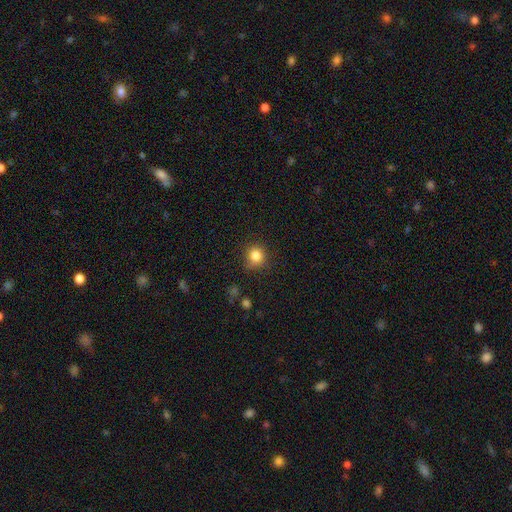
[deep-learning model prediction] smooth 83%, star or artifact 12%, featured or disk 5%. Down the decision tree: how rounded — round (88%); merging — none (80%).